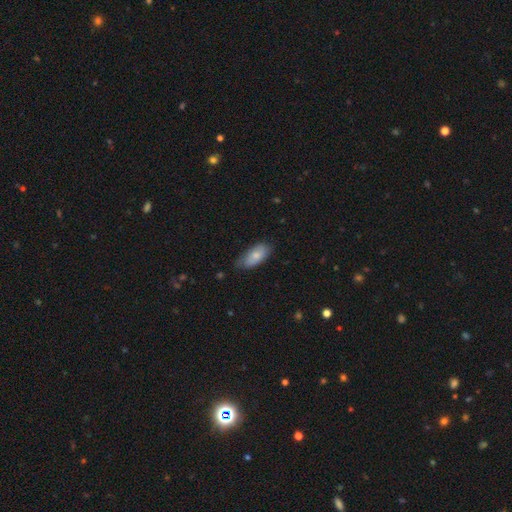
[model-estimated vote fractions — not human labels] Smooth or featured: smooth — 78% (featured or disk — 16%)
How rounded: in between — 89% (cigar-shaped — 9%)
Merging: none — 62% (minor disturbance — 31%)